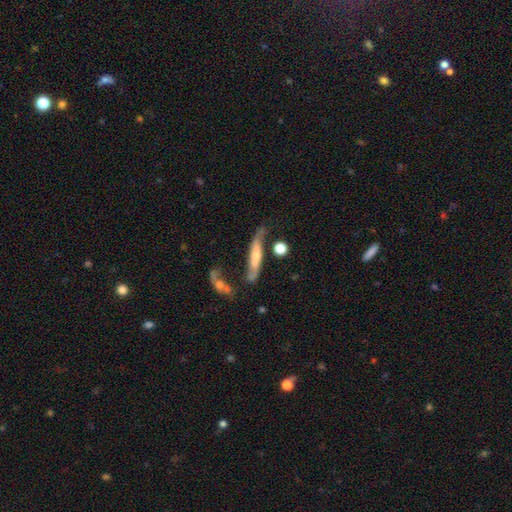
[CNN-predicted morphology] The model was most divided on "edge-on disk": yes: 58%, no: 42%. Remaining: smooth or featured — featured or disk (60%); merging — none (48%).